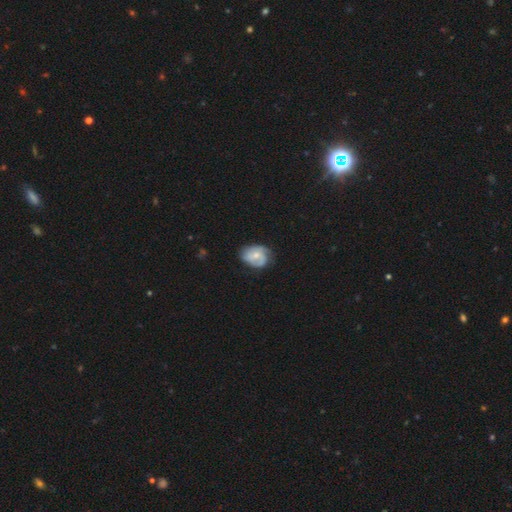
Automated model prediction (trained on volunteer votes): featured or disk 61%, smooth 33%, star or artifact 6%. Down the decision tree: edge-on disk — no (97%); bar — no (66%); spiral arms — yes (85%); spiral arm count — 2 (43%); spiral winding — tight (44%); bulge size — moderate (48%); merging — none (57%).